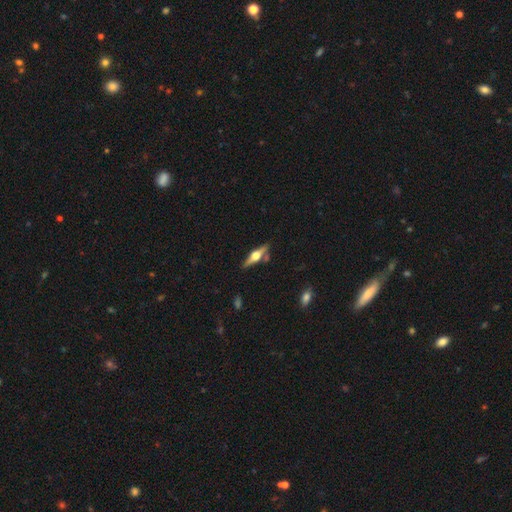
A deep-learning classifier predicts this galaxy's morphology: Smooth or featured?
  - featured or disk: 73% *
  - smooth: 21%
  - star or artifact: 6%
Edge-on disk?
  - yes: 97% *
  - no: 3%
Edge-on bulge?
  - rounded: 95% *
  - boxy: 3%
  - none: 1%
Merging?
  - none: 80% *
  - minor disturbance: 11%
  - merger: 7%
  - major disturbance: 3%